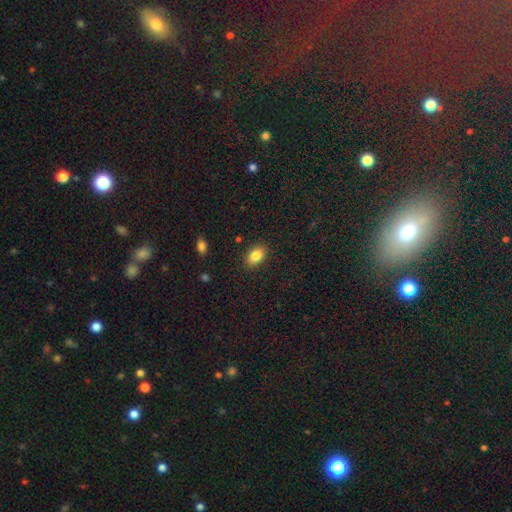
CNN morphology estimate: Smooth or featured? smooth (85%)
How rounded? in between (88%)
Merging? none (88%)